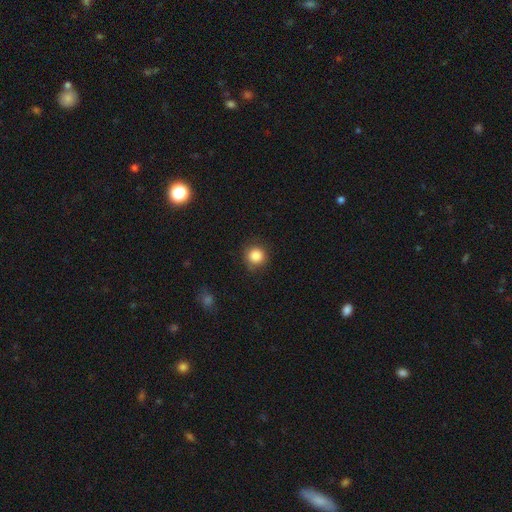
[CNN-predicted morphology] Overall: smooth (85%). How rounded: round (92%). Merging: none (85%).